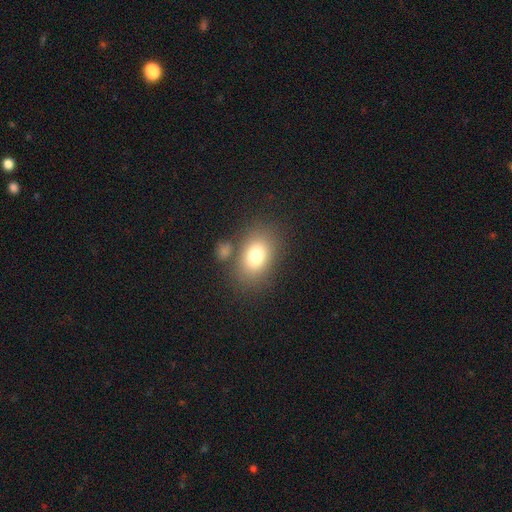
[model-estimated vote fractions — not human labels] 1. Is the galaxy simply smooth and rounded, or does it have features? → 77% smooth, 12% featured or disk, 11% star or artifact.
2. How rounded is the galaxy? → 78% in between, 21% round, 1% cigar-shaped.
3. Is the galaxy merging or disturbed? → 72% none, 11% merger, 11% minor disturbance, 5% major disturbance.